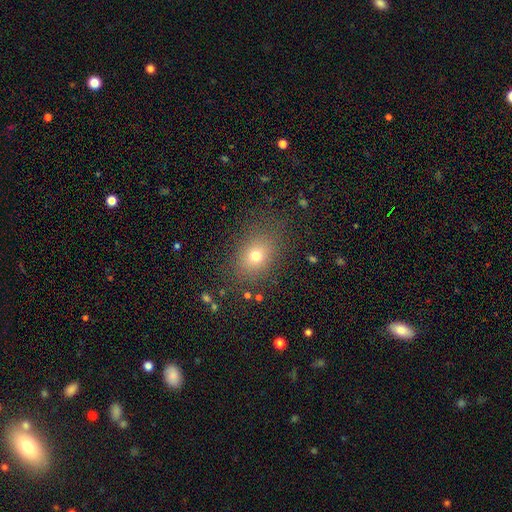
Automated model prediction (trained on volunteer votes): The model was most divided on "how rounded": in between: 61%, round: 38%, cigar-shaped: 1%. More confident: merging — none (81%); smooth or featured — smooth (72%).